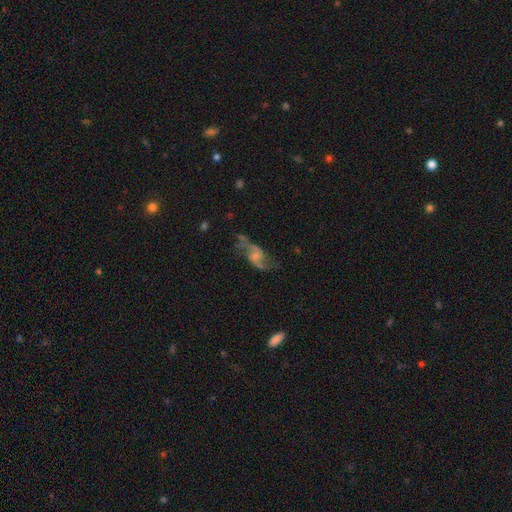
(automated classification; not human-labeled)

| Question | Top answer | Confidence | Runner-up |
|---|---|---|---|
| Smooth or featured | featured or disk | 84% | smooth (9%) |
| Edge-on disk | no | 96% | yes (4%) |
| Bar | no | 49% | weak (41%) |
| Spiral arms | yes | 94% | no (6%) |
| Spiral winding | loose | 79% | medium (17%) |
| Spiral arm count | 2 | 92% | can't tell (3%) |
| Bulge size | small | 54% | none (23%) |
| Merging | none | 61% | minor disturbance (19%) |